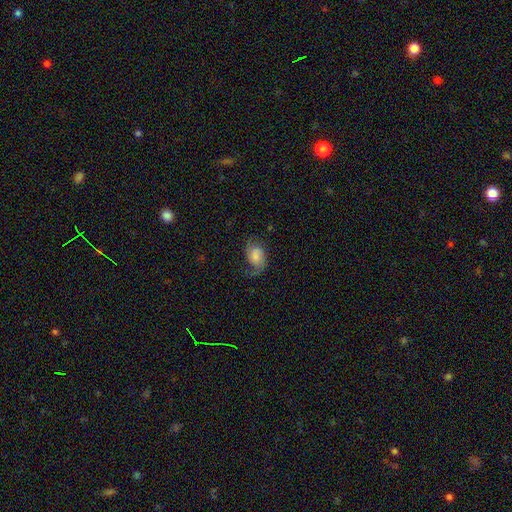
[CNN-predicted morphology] type=featured or disk (54%); edge-on=no (97%); bar=no (64%); spiral arms=yes (91%); bulge=small (27%); merging=none (52%).